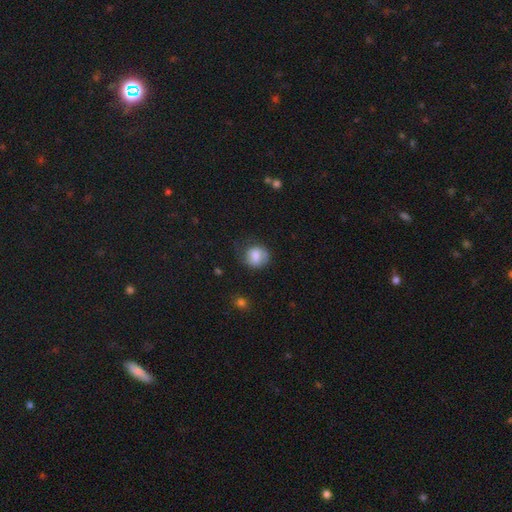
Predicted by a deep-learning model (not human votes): A smooth galaxy with no disk features (74%) that is round (75%). Merging: none (59%).